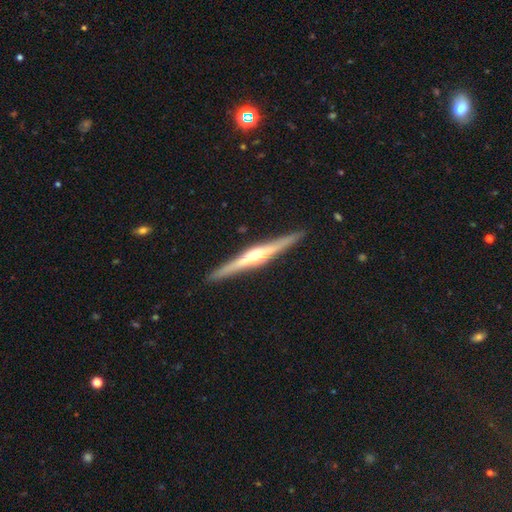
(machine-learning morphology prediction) smooth-or-featured: featured or disk: 83% | smooth: 13% | star or artifact: 5%
  disk-edge-on: yes: 98% | no: 2%
    edge-on-bulge: rounded: 92% | boxy: 4% | none: 4%
  merging: none: 92% | minor disturbance: 6% | major disturbance: 1% | merger: 1%